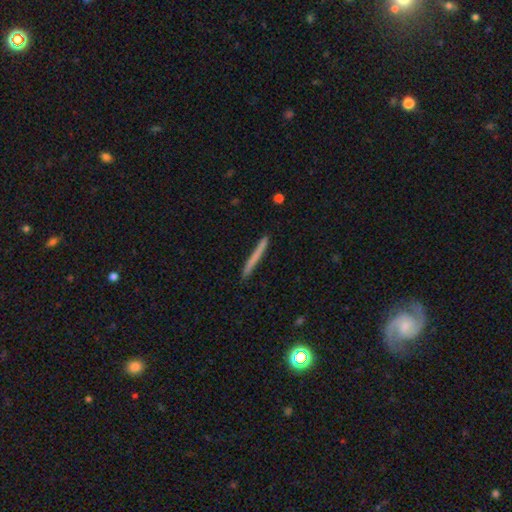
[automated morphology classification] Smooth or featured?
  - smooth: 62% *
  - featured or disk: 31%
  - star or artifact: 6%
How rounded?
  - cigar-shaped: 97% *
  - in between: 2%
  - round: 1%
Merging?
  - none: 91% *
  - minor disturbance: 7%
  - major disturbance: 1%
  - merger: 1%